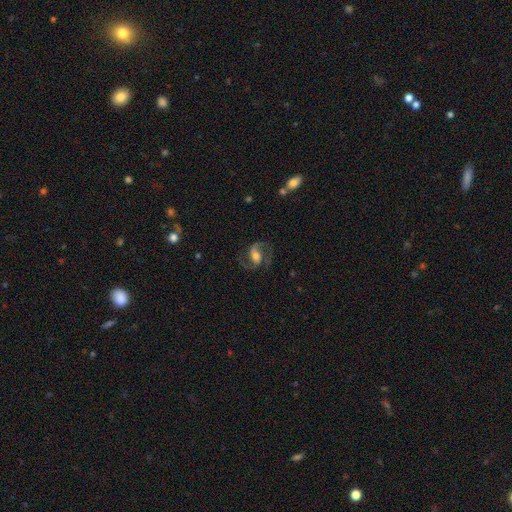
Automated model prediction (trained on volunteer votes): featured or disk 87%, smooth 7%, star or artifact 6%. Down the decision tree: edge-on disk — no (97%); bar — weak (42%); spiral arms — yes (97%); spiral arm count — 2 (92%); spiral winding — medium (60%); bulge size — moderate (59%); merging — none (77%).